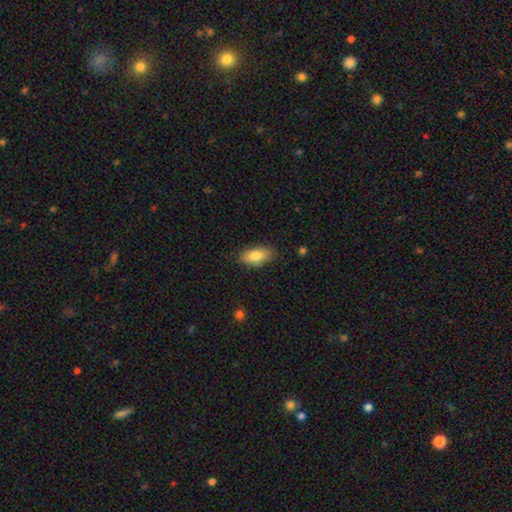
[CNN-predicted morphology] A smooth galaxy with no disk features (81%) that is in between round and cigar-shaped (89%).

Vote fractions:
- Smooth or featured? smooth: 81% / featured or disk: 13% / star or artifact: 7%
- How rounded? in between: 89% / cigar-shaped: 7% / round: 4%
- Merging? none: 84% / minor disturbance: 13% / major disturbance: 3% / merger: 1%